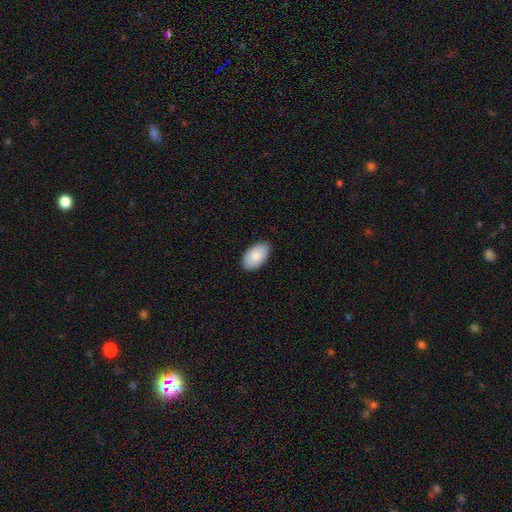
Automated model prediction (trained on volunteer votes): The model was most divided on "merging": none: 87%, minor disturbance: 11%, major disturbance: 2%, merger: 1%. More confident: how rounded — in between (95%); smooth or featured — smooth (88%).